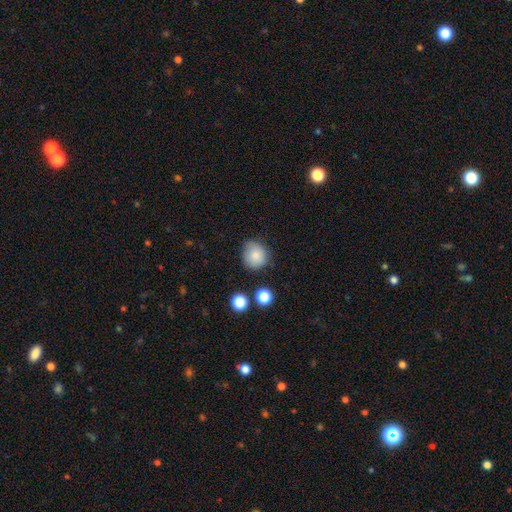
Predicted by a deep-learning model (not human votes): Smooth or featured? smooth (85%)
How rounded? round (88%)
Merging? none (76%)